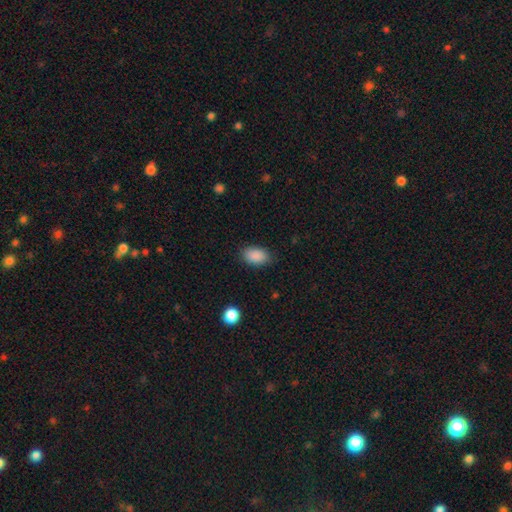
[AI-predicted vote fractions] Smooth or featured?
  - smooth: 89% *
  - star or artifact: 8%
  - featured or disk: 3%
How rounded?
  - in between: 90% *
  - round: 9%
  - cigar-shaped: 1%
Merging?
  - none: 86% *
  - minor disturbance: 11%
  - major disturbance: 3%
  - merger: 1%